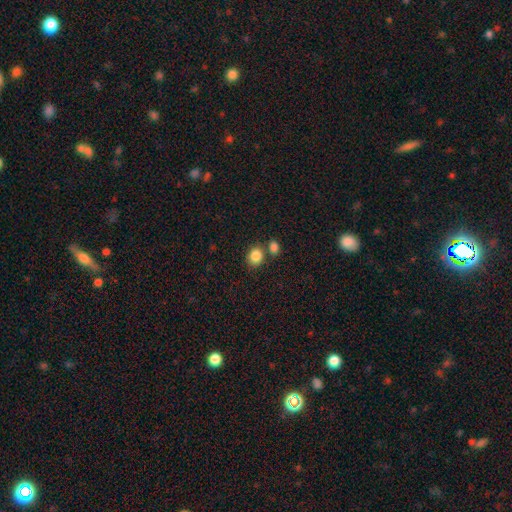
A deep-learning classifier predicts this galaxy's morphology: Smooth or featured?
  - smooth: 86% *
  - star or artifact: 9%
  - featured or disk: 5%
How rounded?
  - round: 59% *
  - in between: 40%
  - cigar-shaped: 1%
Merging?
  - none: 61% *
  - merger: 25%
  - minor disturbance: 11%
  - major disturbance: 3%